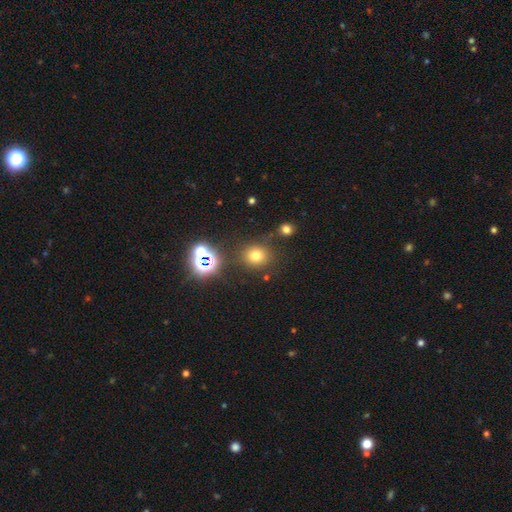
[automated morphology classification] A smooth galaxy with no disk features (69%) that is round (82%). Merging: none (82%).